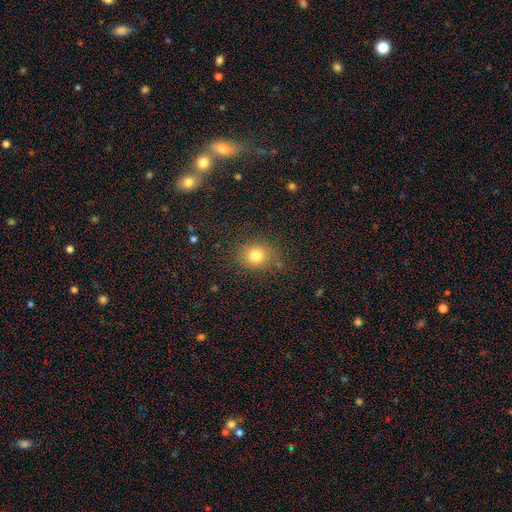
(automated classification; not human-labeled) Smooth or featured? Predicted: smooth (p=0.79). How rounded? Predicted: round (p=0.72). Merging? Predicted: none (p=0.81).